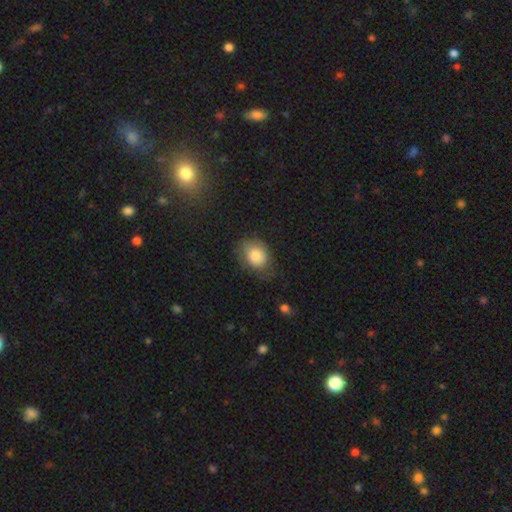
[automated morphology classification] Smooth or featured: smooth — 81% (featured or disk — 11%)
How rounded: in between — 56% (round — 43%)
Merging: none — 59% (minor disturbance — 28%)